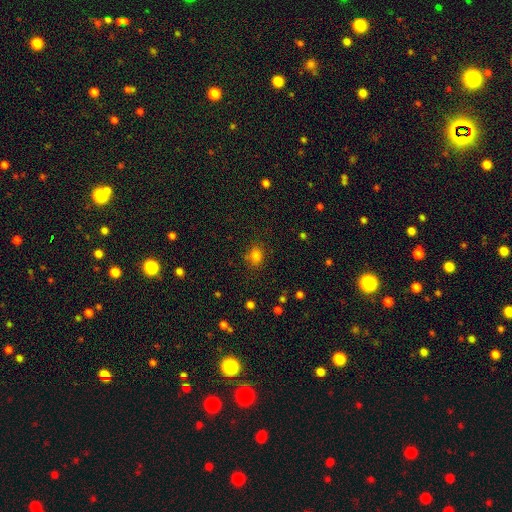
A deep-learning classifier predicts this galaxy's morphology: Smooth or featured: smooth — 78% (star or artifact — 16%)
How rounded: round — 55% (in between — 44%)
Merging: none — 78% (minor disturbance — 14%)